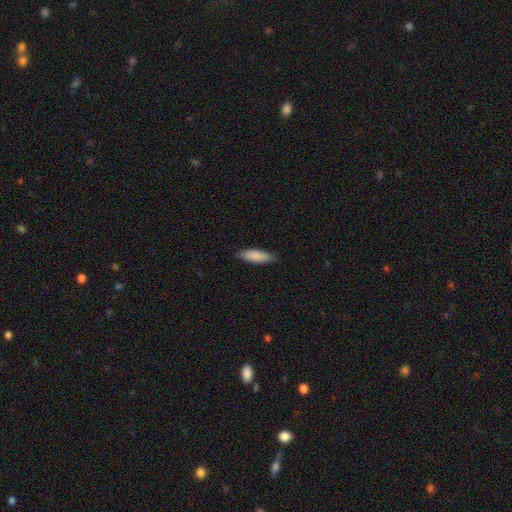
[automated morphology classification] Overall: smooth (88%). How rounded: in between (55%; cigar-shaped 44%). Merging: none (87%).